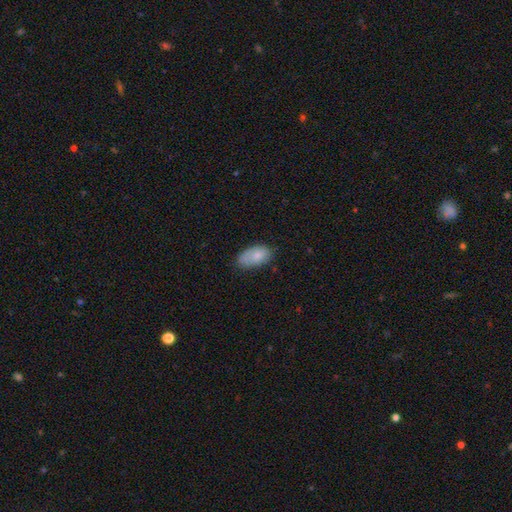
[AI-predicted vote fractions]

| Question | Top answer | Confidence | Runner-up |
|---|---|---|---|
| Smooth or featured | smooth | 80% | featured or disk (13%) |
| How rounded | in between | 93% | round (4%) |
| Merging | none | 61% | minor disturbance (30%) |